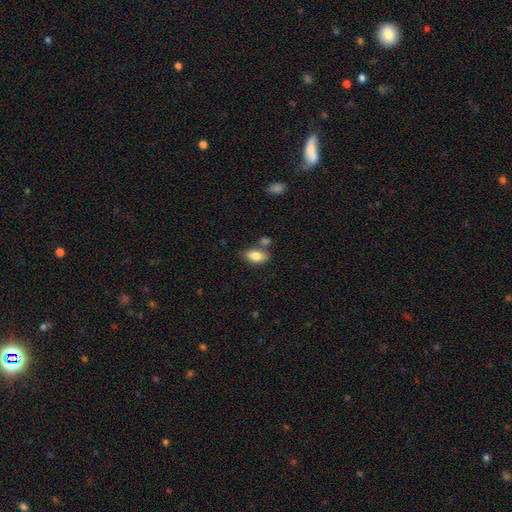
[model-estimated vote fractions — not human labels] smooth 83%, featured or disk 10%, star or artifact 7%. Down the decision tree: how rounded — in between (90%); merging — none (67%).